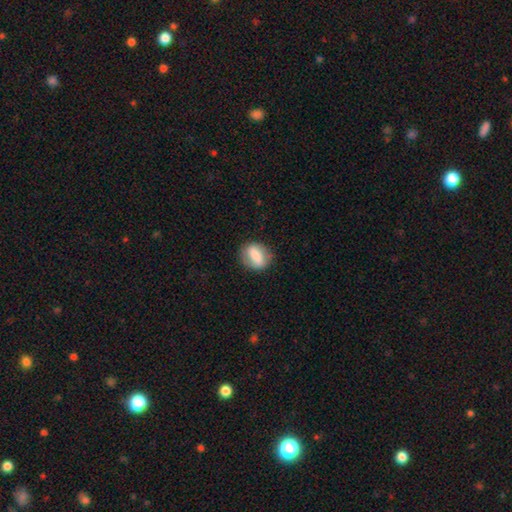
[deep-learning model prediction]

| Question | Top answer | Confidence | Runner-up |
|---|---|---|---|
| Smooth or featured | smooth | 68% | featured or disk (25%) |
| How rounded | in between | 52% | round (45%) |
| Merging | none | 79% | minor disturbance (15%) |